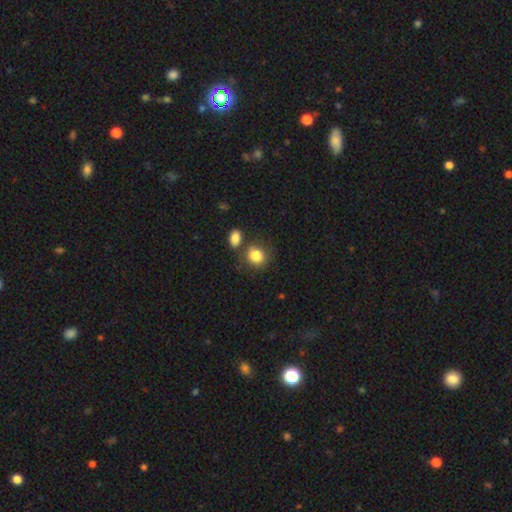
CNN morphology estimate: A smooth galaxy with no disk features (84%) that is round (63%). Merging: none (63%).